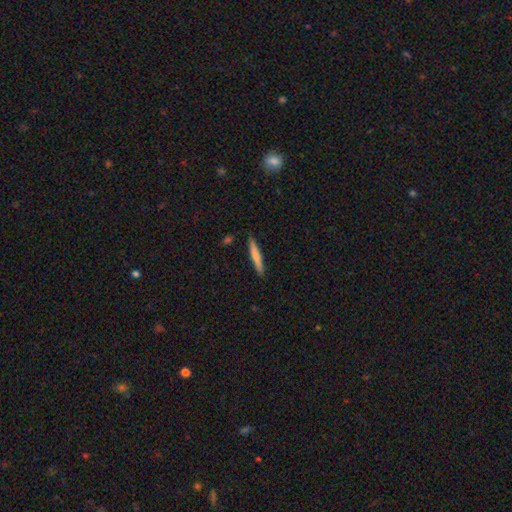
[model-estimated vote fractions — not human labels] Overall: smooth (71%). How rounded: cigar-shaped (95%). Merging: none (89%).